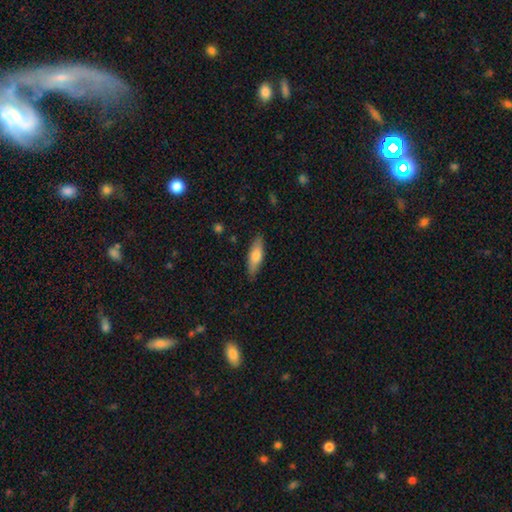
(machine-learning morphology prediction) Smooth or featured? smooth (70%)
How rounded? in between (56%)
Merging? none (85%)